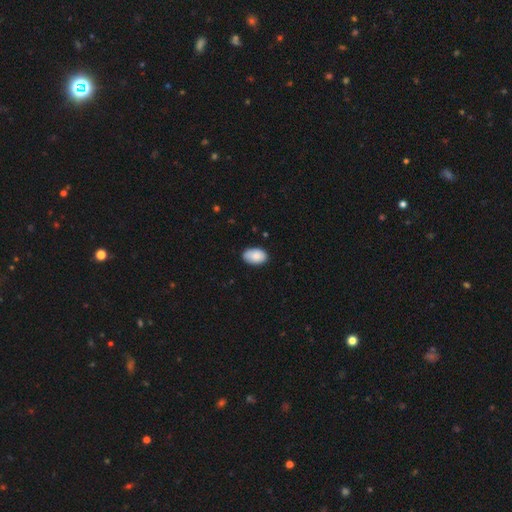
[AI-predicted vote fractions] This is clearly a smooth galaxy (86%). How rounded: clearly in between (89%). Merging: likely none (79%).